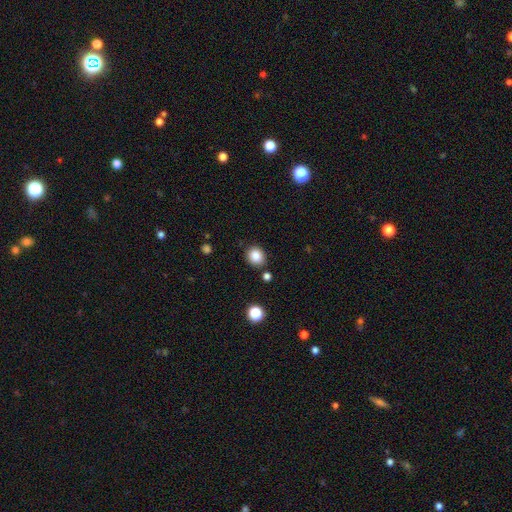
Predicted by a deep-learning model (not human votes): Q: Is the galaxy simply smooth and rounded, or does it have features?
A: smooth — 85%.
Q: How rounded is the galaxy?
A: round — 75%.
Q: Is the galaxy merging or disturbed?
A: none — 84%.